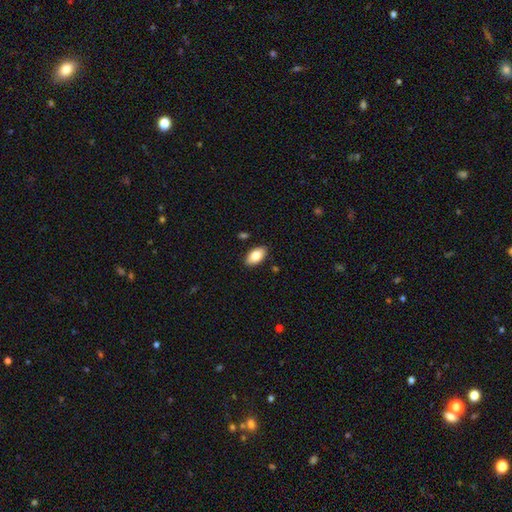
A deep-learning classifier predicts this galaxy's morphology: Overall: smooth (83%). How rounded: in between (94%). Merging: none (87%).